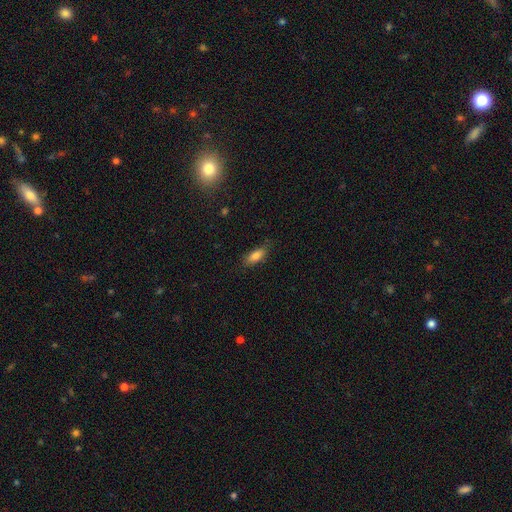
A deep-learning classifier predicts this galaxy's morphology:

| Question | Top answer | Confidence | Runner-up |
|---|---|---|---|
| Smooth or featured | smooth | 81% | featured or disk (11%) |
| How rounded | in between | 73% | cigar-shaped (24%) |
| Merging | none | 78% | minor disturbance (17%) |